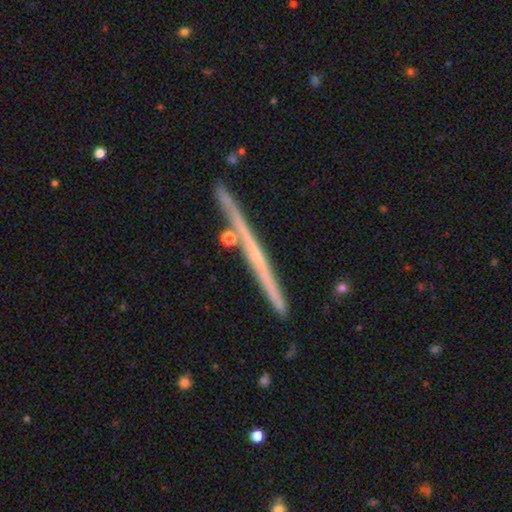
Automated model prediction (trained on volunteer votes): A featured or disk galaxy (69%) viewed edge-on (98%) with no central bulge (78%).

Vote fractions:
- Smooth or featured? featured or disk: 69% / smooth: 25% / star or artifact: 6%
- Edge-on disk? yes: 98% / no: 2%
- Edge-on bulge? none: 78% / rounded: 18% / boxy: 4%
- Merging? none: 89% / minor disturbance: 7% / merger: 3% / major disturbance: 1%